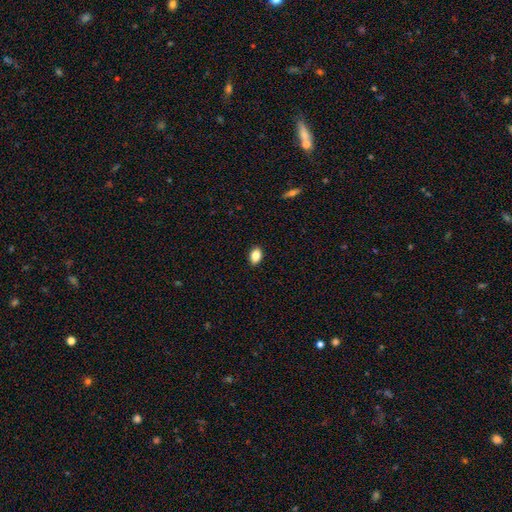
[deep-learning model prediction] Smooth or featured: smooth — 84% (star or artifact — 9%)
How rounded: in between — 83% (round — 15%)
Merging: none — 89% (minor disturbance — 8%)